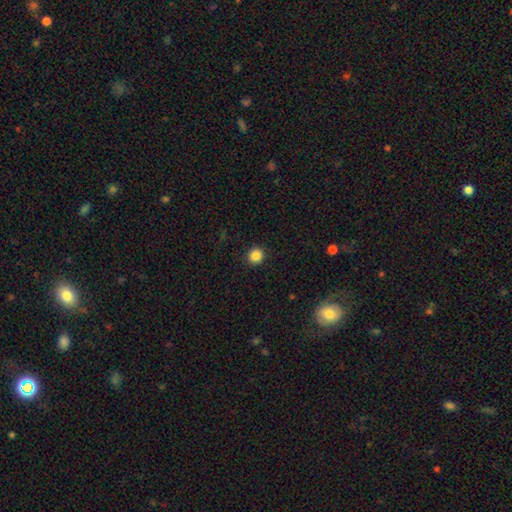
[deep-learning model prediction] A smooth galaxy with no disk features (86%) that is round (91%). Merging: none (92%).